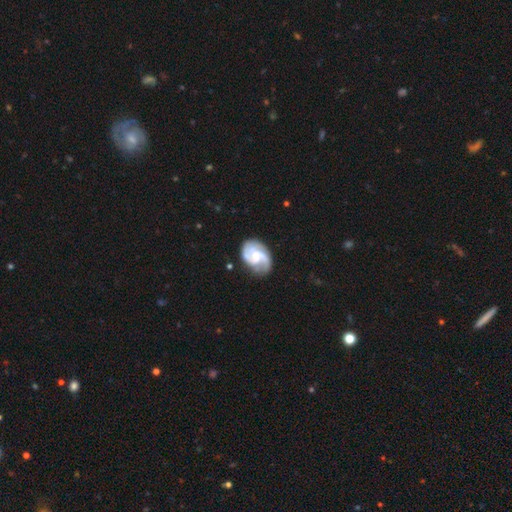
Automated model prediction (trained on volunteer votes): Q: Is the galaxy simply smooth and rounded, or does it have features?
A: featured or disk — 84%.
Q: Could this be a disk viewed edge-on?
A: no — 98%.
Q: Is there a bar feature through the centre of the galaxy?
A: no — 47%.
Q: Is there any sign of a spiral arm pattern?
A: yes — 96%.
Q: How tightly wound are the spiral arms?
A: medium — 49%.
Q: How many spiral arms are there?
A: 2 — 58%.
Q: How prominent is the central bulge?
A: small — 41%, tied with moderate.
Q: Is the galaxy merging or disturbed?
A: none — 68%.